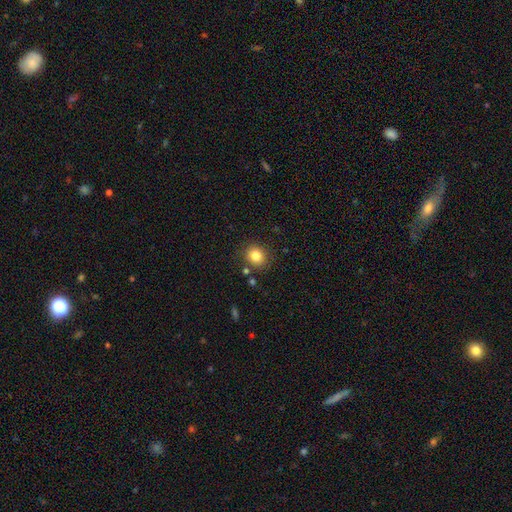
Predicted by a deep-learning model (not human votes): Smooth or featured? Predicted: smooth (p=0.84). How rounded? Predicted: round (p=0.74). Merging? Predicted: none (p=0.82).